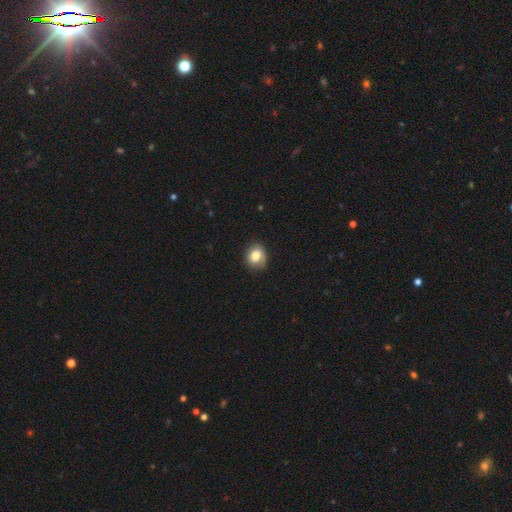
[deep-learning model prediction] This appears to be a smooth galaxy with no disk features (79%) that is round (64%). Merging: none (77%).